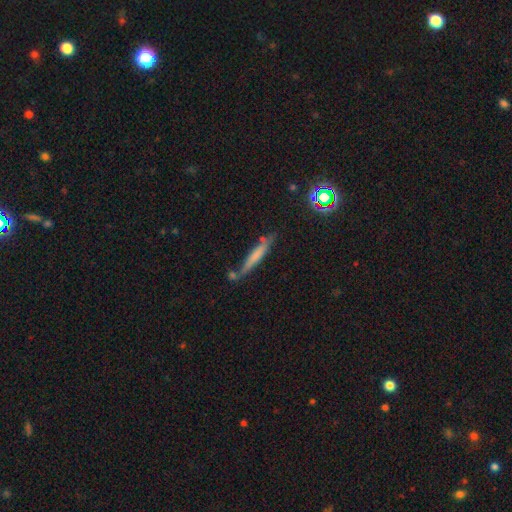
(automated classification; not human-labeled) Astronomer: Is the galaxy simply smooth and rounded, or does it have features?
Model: smooth — 57% (runner-up: featured or disk, 33%).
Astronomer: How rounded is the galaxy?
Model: cigar-shaped — 92%.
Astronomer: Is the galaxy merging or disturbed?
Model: none — 66%.